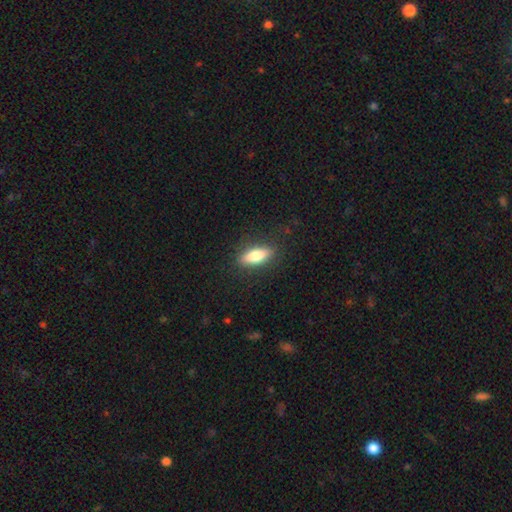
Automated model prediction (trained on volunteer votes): Smooth or featured: smooth — 75% (featured or disk — 18%)
How rounded: in between — 64% (cigar-shaped — 33%)
Merging: none — 86% (minor disturbance — 10%)